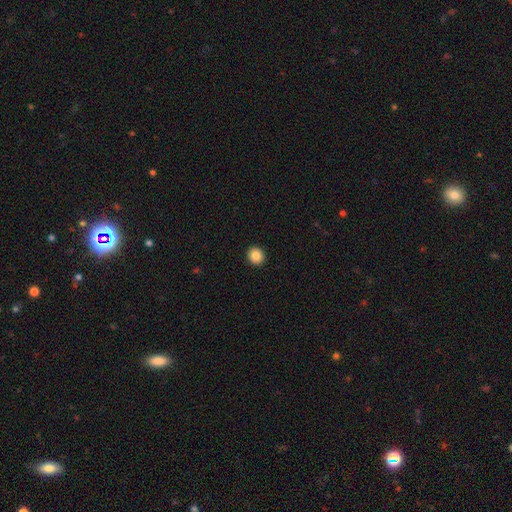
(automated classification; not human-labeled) smooth_or_featured: smooth (p=0.86) [alt: star or artifact p=0.09]
how_rounded: round (p=0.87) [alt: in between p=0.12]
merging: none (p=0.93) [alt: minor disturbance p=0.04]